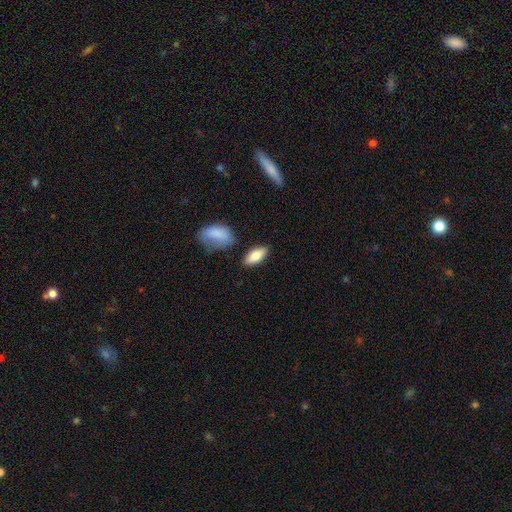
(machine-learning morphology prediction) Q: Smooth or featured?
A: smooth (82%); runner-up: featured or disk (12%)
Q: How rounded?
A: in between (86%); runner-up: cigar-shaped (11%)
Q: Merging?
A: none (81%); runner-up: minor disturbance (11%)